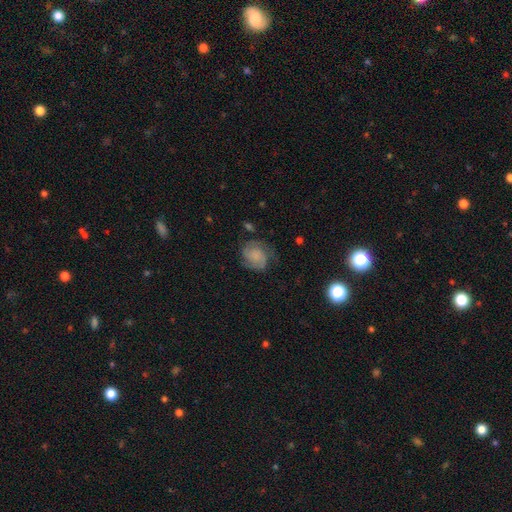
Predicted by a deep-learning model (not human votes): A featured or disk galaxy (55%) with no bar (76%), spiral arms (89%) and no central bulge (49%).

Vote fractions:
- Smooth or featured? featured or disk: 55% / smooth: 36% / star or artifact: 9%
- Edge-on disk? no: 98% / yes: 2%
- Bar? no: 76% / weak: 21% / strong: 4%
- Spiral arms? yes: 89% / no: 11%
- Bulge size? none: 49% / small: 24% / moderate: 13% / large: 10% / dominant: 4%
- Merging? none: 62% / minor disturbance: 23% / major disturbance: 13% / merger: 2%